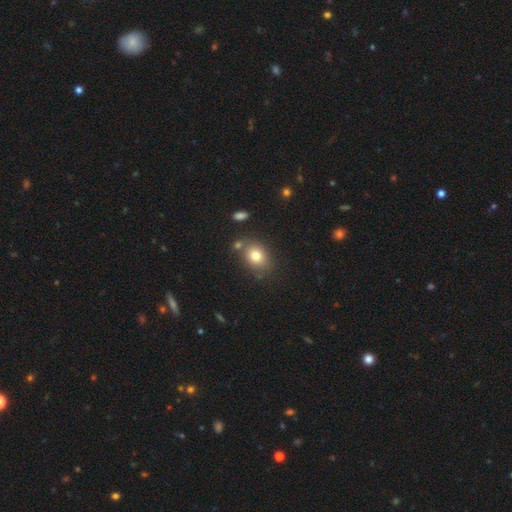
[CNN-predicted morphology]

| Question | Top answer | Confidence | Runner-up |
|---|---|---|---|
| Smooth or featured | smooth | 79% | star or artifact (11%) |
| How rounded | in between | 51% | round (48%) |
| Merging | none | 70% | minor disturbance (13%) |